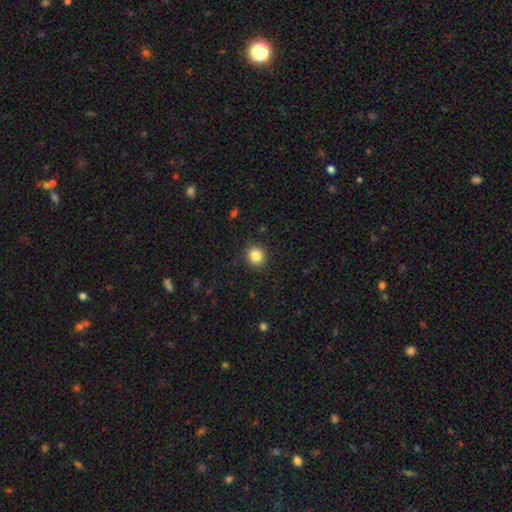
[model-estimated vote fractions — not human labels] Smooth or featured?
  - smooth: 84% *
  - star or artifact: 10%
  - featured or disk: 5%
How rounded?
  - round: 91% *
  - in between: 8%
  - cigar-shaped: 1%
Merging?
  - none: 89% *
  - minor disturbance: 8%
  - major disturbance: 2%
  - merger: 1%